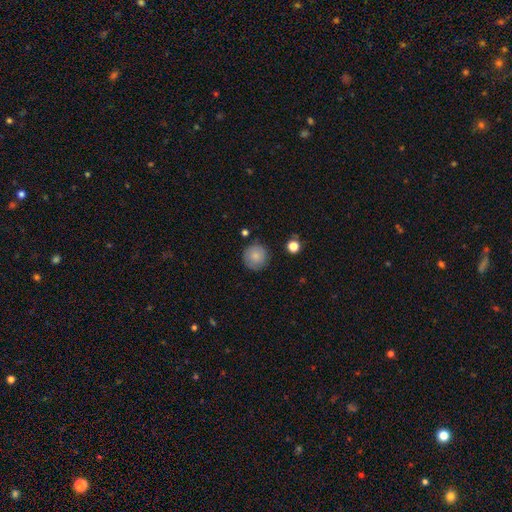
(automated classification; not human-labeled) Smooth or featured?
  - smooth: 82% *
  - featured or disk: 10%
  - star or artifact: 8%
How rounded?
  - round: 94% *
  - in between: 5%
  - cigar-shaped: 1%
Merging?
  - none: 85% *
  - minor disturbance: 11%
  - major disturbance: 3%
  - merger: 2%